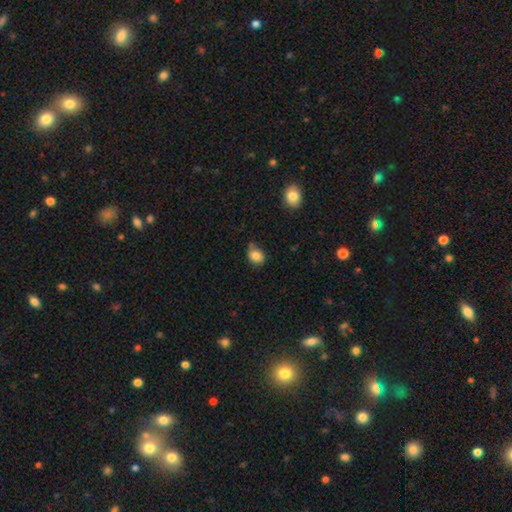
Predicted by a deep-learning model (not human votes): Overall: smooth (83%). How rounded: round (60%; in between 38%). Merging: none (64%).